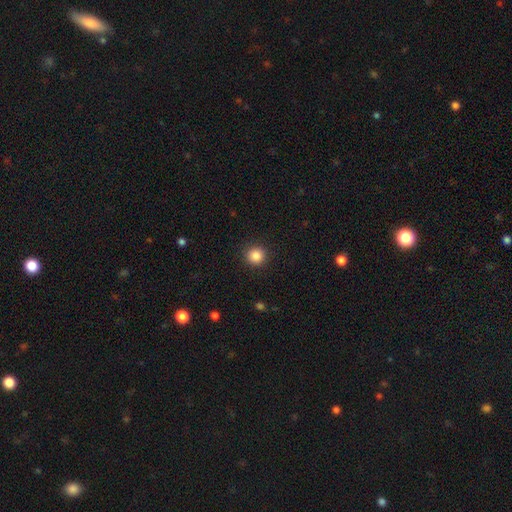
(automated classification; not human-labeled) Smooth or featured: smooth — 86% (star or artifact — 10%)
How rounded: round — 94% (in between — 5%)
Merging: none — 92% (minor disturbance — 5%)